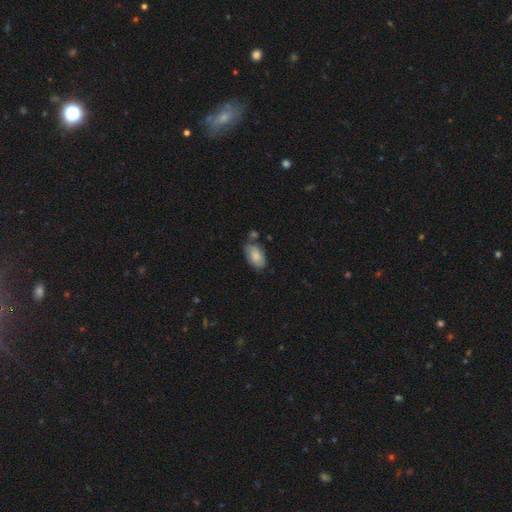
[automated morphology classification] A smooth galaxy with no disk features (75%) that is in between round and cigar-shaped (93%).

Vote fractions:
- Smooth or featured? smooth: 75% / featured or disk: 19% / star or artifact: 7%
- How rounded? in between: 93% / round: 6% / cigar-shaped: 2%
- Merging? none: 61% / minor disturbance: 24% / merger: 10% / major disturbance: 6%